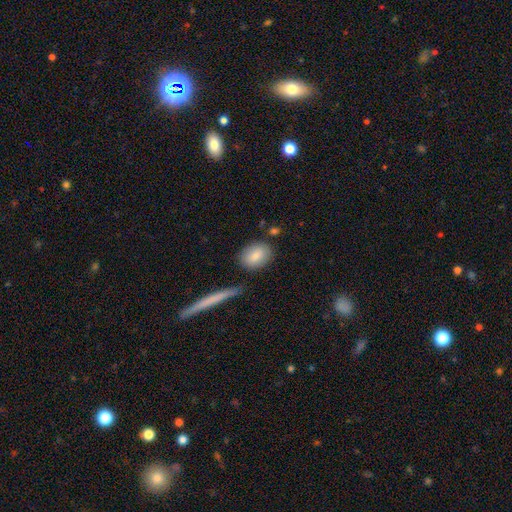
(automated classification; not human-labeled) Morphology: type=smooth (84%); roundness=in between (68%); merging=none (79%).